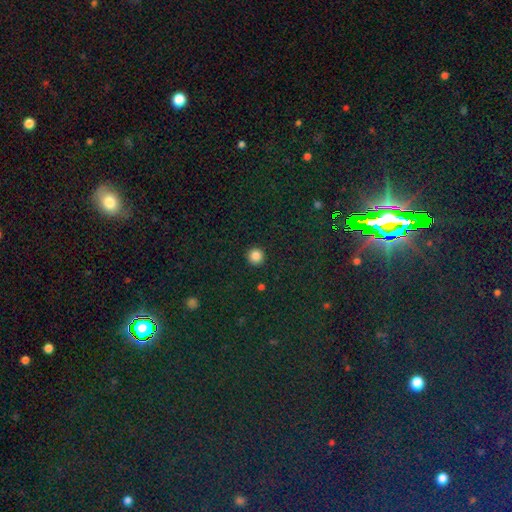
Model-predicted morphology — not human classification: A smooth galaxy with no disk features (86%) that is round (96%). Merging: none (93%).